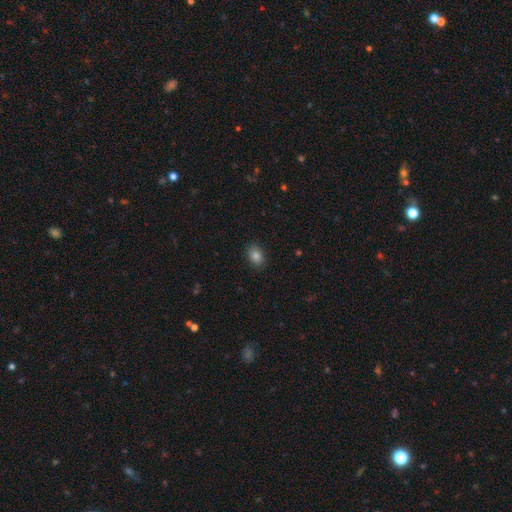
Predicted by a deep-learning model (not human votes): Smooth or featured? Predicted: smooth (p=0.84). How rounded? Predicted: in between (p=0.76). Merging? Predicted: none (p=0.88).